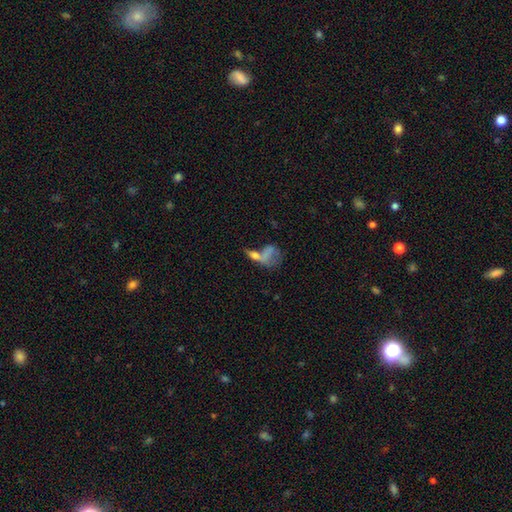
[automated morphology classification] Smooth or featured? smooth (55%)
How rounded? in between (66%)
Merging? merger (42%)